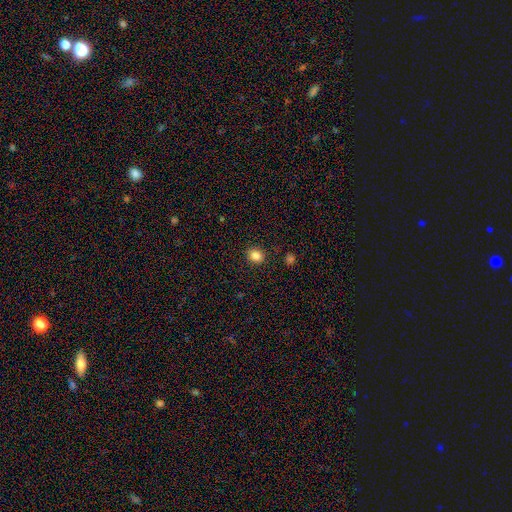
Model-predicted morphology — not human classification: Smooth or featured? smooth (84%)
How rounded? round (67%)
Merging? none (89%)